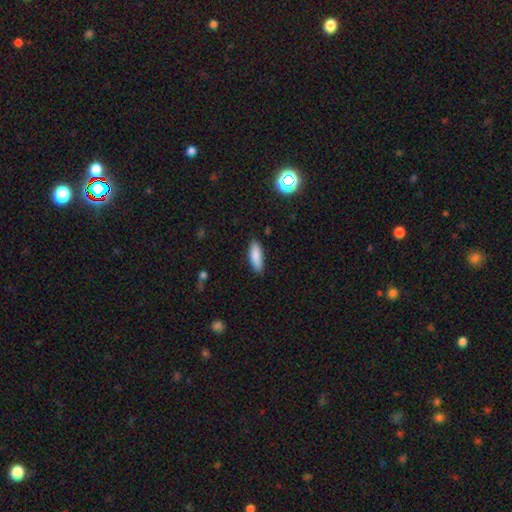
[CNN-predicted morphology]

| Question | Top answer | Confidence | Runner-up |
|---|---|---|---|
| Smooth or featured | smooth | 85% | star or artifact (8%) |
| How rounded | in between | 56% | cigar-shaped (42%) |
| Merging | none | 85% | minor disturbance (12%) |